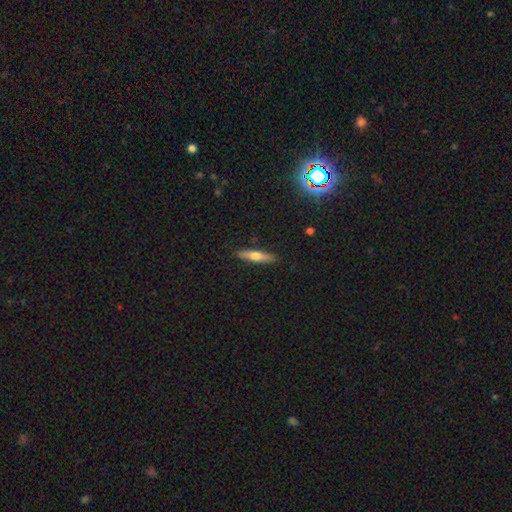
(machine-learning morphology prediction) Smooth or featured?
  - smooth: 52% *
  - featured or disk: 42%
  - star or artifact: 6%
How rounded?
  - cigar-shaped: 82% *
  - in between: 17%
  - round: 2%
Merging?
  - none: 90% *
  - minor disturbance: 8%
  - major disturbance: 2%
  - merger: 1%